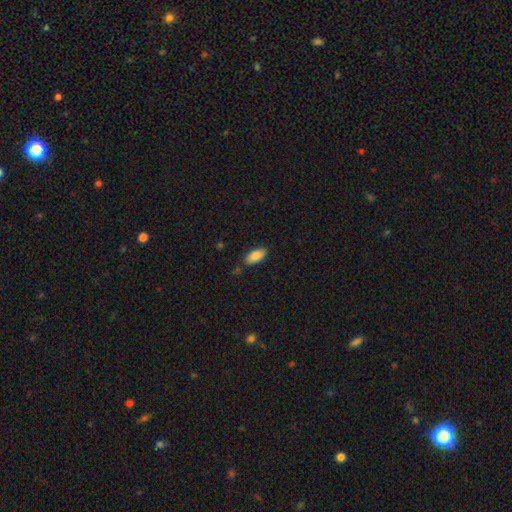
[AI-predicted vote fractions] This is clearly a smooth galaxy (86%). How rounded: clearly in between (88%). Merging: clearly none (83%).